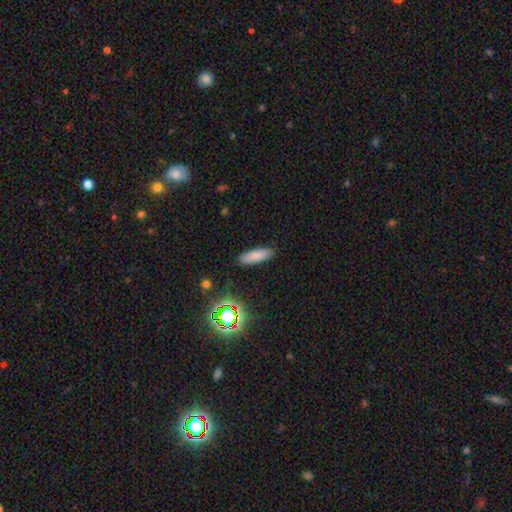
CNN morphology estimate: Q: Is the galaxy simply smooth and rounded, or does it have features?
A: smooth — 82%.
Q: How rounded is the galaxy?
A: cigar-shaped — 56%.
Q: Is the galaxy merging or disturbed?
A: none — 89%.